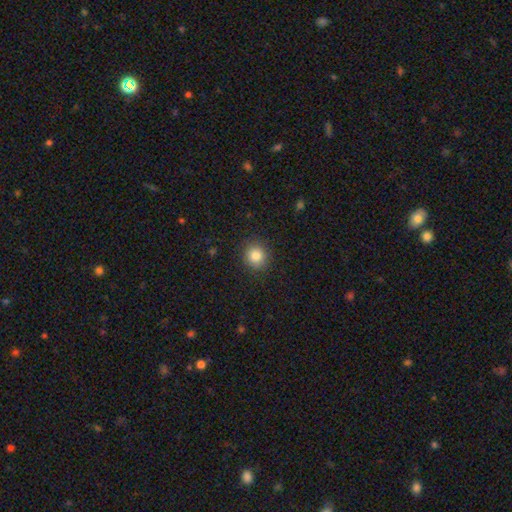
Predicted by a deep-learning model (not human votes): Smooth or featured?
  - smooth: 84% *
  - star or artifact: 11%
  - featured or disk: 6%
How rounded?
  - round: 86% *
  - in between: 13%
  - cigar-shaped: 1%
Merging?
  - none: 90% *
  - minor disturbance: 7%
  - major disturbance: 2%
  - merger: 1%